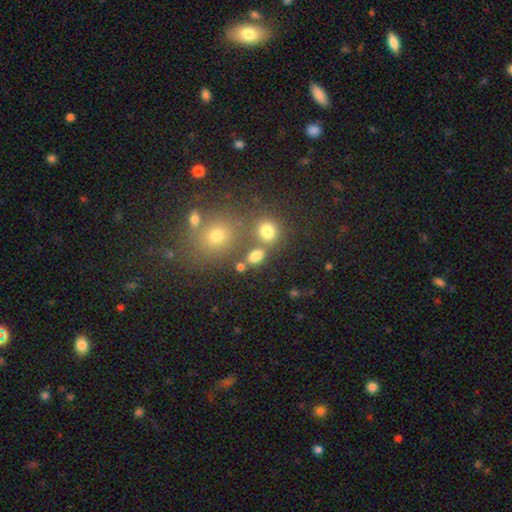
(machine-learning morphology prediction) A smooth galaxy with no disk features (75%) that is in between round and cigar-shaped (55%). Merging: none (62%).